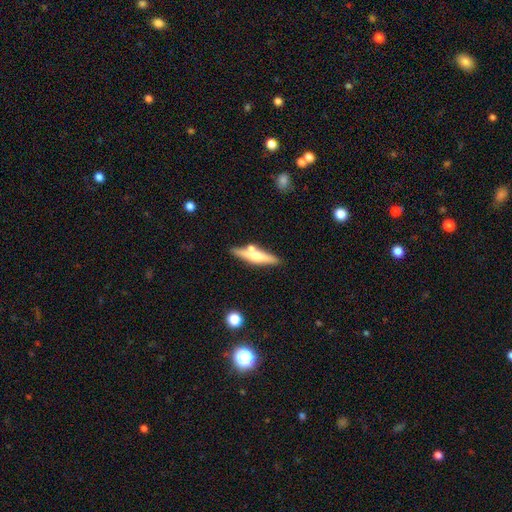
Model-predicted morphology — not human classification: A featured or disk galaxy (51%) viewed edge-on (92%). Merging: none (71%).